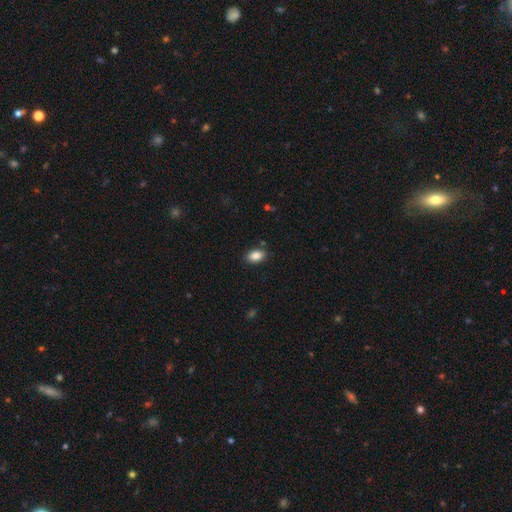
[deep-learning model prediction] A smooth galaxy with no disk features (86%) that is in between round and cigar-shaped (89%).

Vote fractions:
- Smooth or featured? smooth: 86% / star or artifact: 8% / featured or disk: 6%
- How rounded? in between: 89% / round: 9% / cigar-shaped: 2%
- Merging? none: 86% / minor disturbance: 10% / major disturbance: 2% / merger: 2%